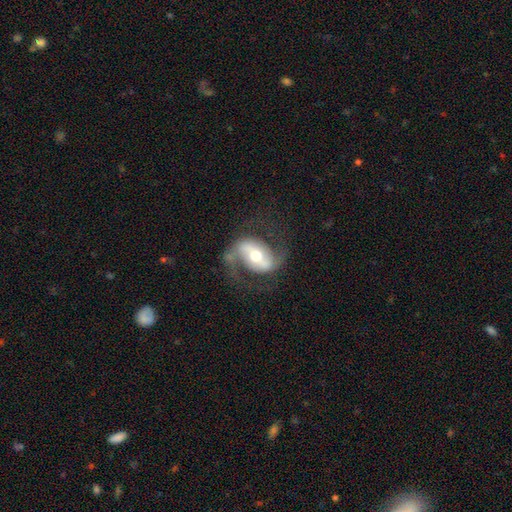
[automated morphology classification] smooth_or_featured: featured or disk (p=0.84) [alt: smooth p=0.11]
disk_edge_on: no (p=0.97) [alt: yes p=0.03]
bar: strong (p=0.47) [alt: weak p=0.33]
has_spiral_arms: yes (p=0.93) [alt: no p=0.07]
spiral_winding: loose (p=0.45) [alt: medium p=0.44]
spiral_arm_count: 2 (p=0.92) [alt: can't tell p=0.03]
bulge_size: moderate (p=0.69) [alt: small p=0.18]
merging: none (p=0.68) [alt: minor disturbance p=0.16]